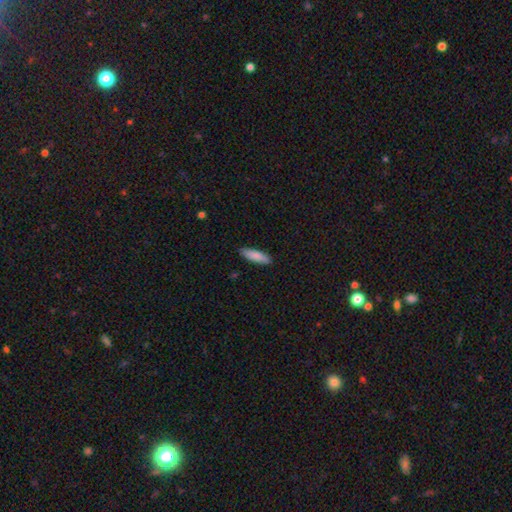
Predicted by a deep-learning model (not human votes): Smooth or featured?
  - smooth: 84% *
  - featured or disk: 11%
  - star or artifact: 6%
How rounded?
  - cigar-shaped: 60% *
  - in between: 39%
  - round: 2%
Merging?
  - none: 88% *
  - minor disturbance: 9%
  - major disturbance: 2%
  - merger: 1%